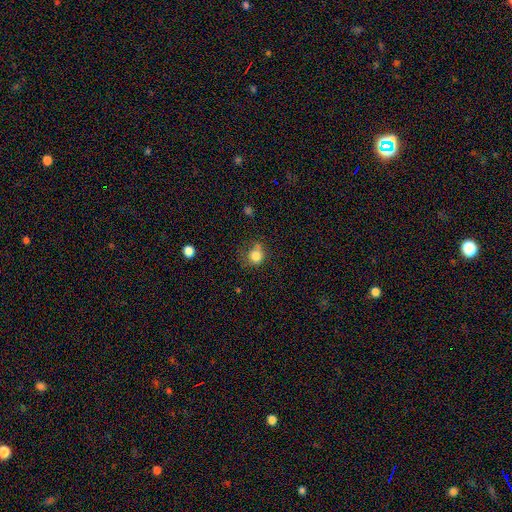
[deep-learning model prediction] Smooth or featured: smooth — 80% (star or artifact — 11%)
How rounded: round — 77% (in between — 22%)
Merging: none — 46% (minor disturbance — 31%)